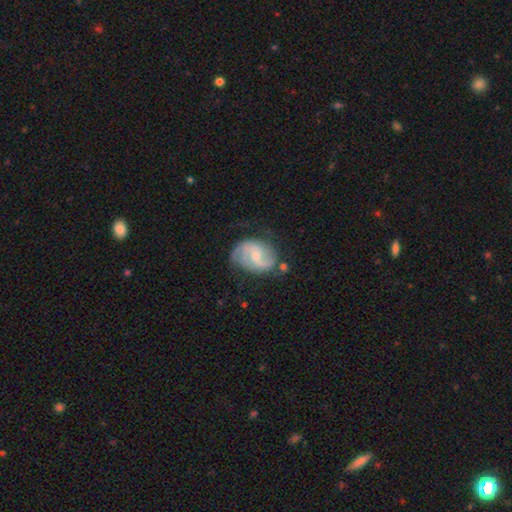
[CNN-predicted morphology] Smooth or featured?
  - featured or disk: 82% *
  - smooth: 13%
  - star or artifact: 5%
Edge-on disk?
  - no: 98% *
  - yes: 2%
Bar?
  - weak: 49% *
  - no: 42%
  - strong: 9%
Spiral arms?
  - yes: 95% *
  - no: 5%
Spiral winding?
  - medium: 49% *
  - tight: 30%
  - loose: 21%
Spiral arm count?
  - 2: 68% *
  - 3: 12%
  - can't tell: 12%
  - 1: 3%
  - 4: 2%
  - more than 4: 2%
Bulge size?
  - small: 51% *
  - moderate: 43%
  - none: 3%
  - large: 2%
  - dominant: 1%
Merging?
  - none: 65% *
  - minor disturbance: 23%
  - major disturbance: 9%
  - merger: 3%